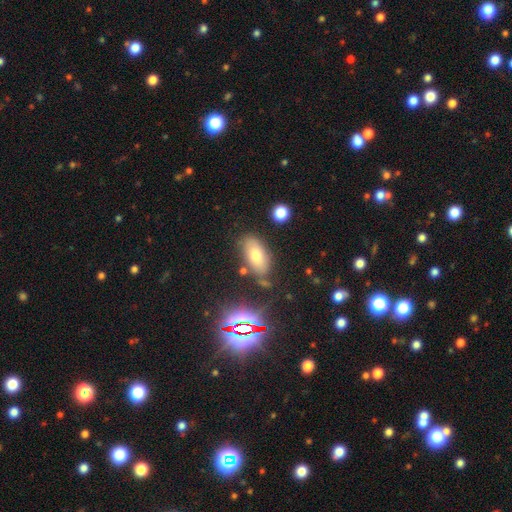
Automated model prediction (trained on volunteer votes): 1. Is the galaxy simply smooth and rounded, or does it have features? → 55% smooth, 25% star or artifact, 20% featured or disk.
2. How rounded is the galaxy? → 89% in between, 6% cigar-shaped, 5% round.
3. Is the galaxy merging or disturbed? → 76% none, 15% minor disturbance, 5% major disturbance, 4% merger.